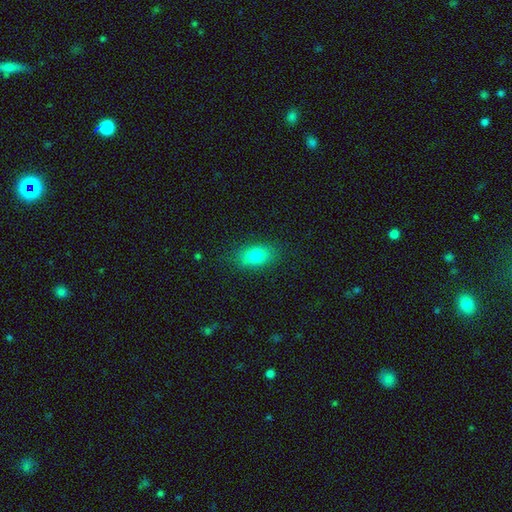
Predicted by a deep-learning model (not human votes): Q: Smooth or featured?
A: smooth (81%); runner-up: featured or disk (10%)
Q: How rounded?
A: in between (86%); runner-up: round (10%)
Q: Merging?
A: none (84%); runner-up: minor disturbance (12%)